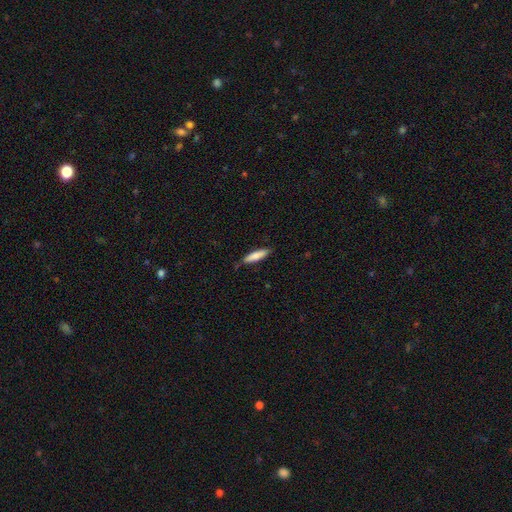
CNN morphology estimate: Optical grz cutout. It shows a smooth galaxy with no disk features (79%) that is cigar-shaped (75%). Merging: none (80%).